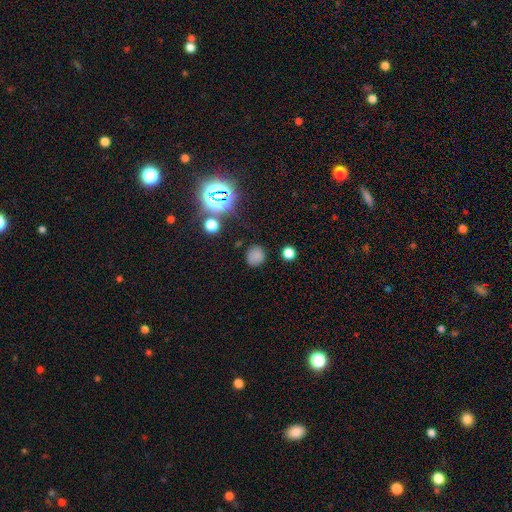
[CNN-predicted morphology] Smooth or featured?
  - smooth: 74% *
  - star or artifact: 20%
  - featured or disk: 6%
How rounded?
  - round: 80% *
  - in between: 19%
  - cigar-shaped: 1%
Merging?
  - none: 82% *
  - minor disturbance: 12%
  - major disturbance: 4%
  - merger: 3%